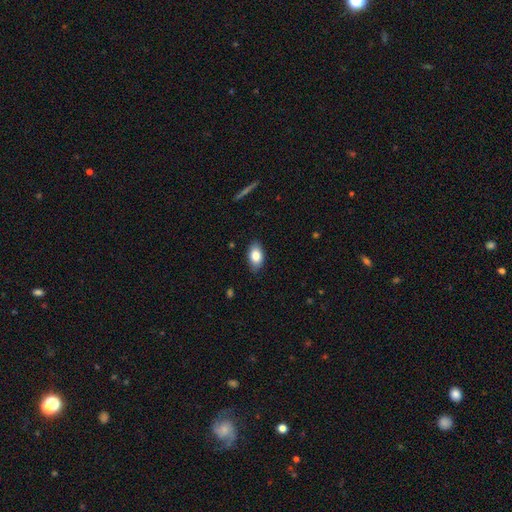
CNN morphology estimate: smooth_or_featured: smooth (p=0.83) [alt: featured or disk p=0.10]
how_rounded: in between (p=0.91) [alt: round p=0.06]
merging: none (p=0.85) [alt: minor disturbance p=0.12]